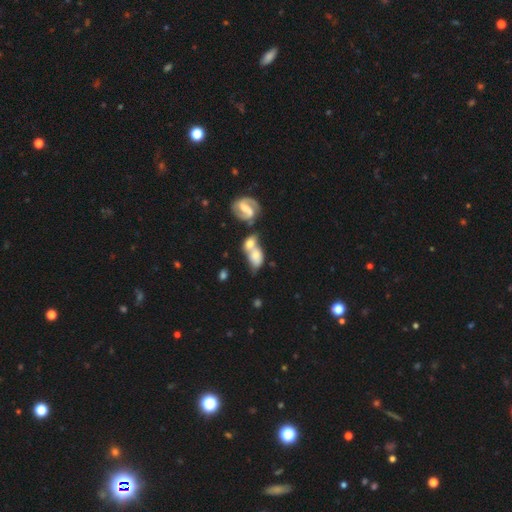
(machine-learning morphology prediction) A smooth galaxy with no disk features (48%).

Vote fractions:
- Smooth or featured? smooth: 48% / featured or disk: 44% / star or artifact: 8%
- Merging? merger: 67% / none: 18% / minor disturbance: 9% / major disturbance: 6%